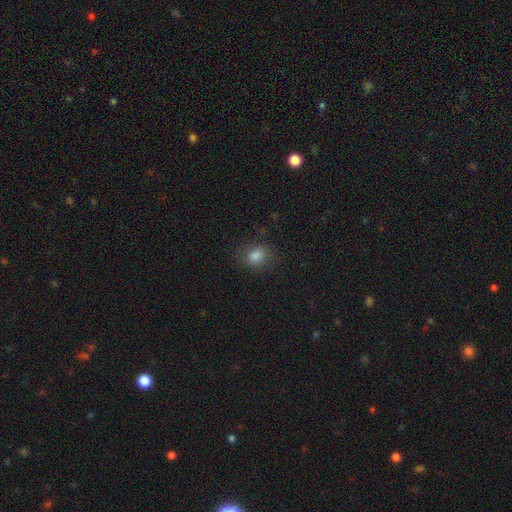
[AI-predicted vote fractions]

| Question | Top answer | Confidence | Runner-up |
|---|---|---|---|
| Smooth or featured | smooth | 81% | star or artifact (12%) |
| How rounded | round | 56% | in between (43%) |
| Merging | none | 79% | minor disturbance (15%) |